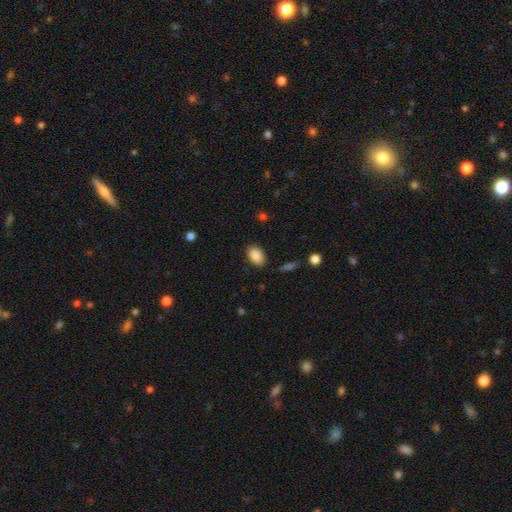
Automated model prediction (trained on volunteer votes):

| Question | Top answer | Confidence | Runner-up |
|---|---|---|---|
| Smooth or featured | smooth | 87% | star or artifact (8%) |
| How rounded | in between | 87% | round (11%) |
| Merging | none | 85% | minor disturbance (11%) |